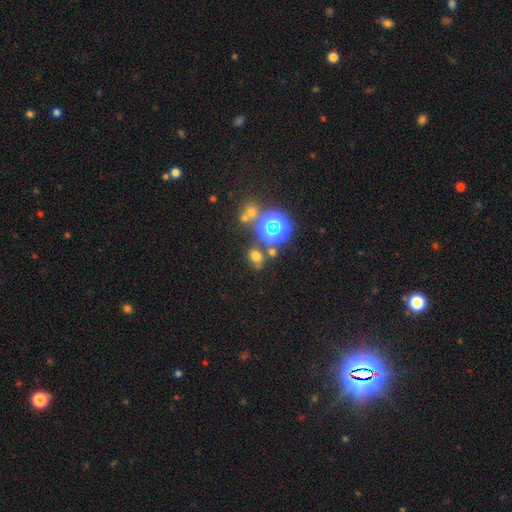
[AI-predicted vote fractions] smooth_or_featured: smooth (p=0.59) [alt: star or artifact p=0.32]
how_rounded: in between (p=0.54) [alt: round p=0.45]
merging: none (p=0.67) [alt: minor disturbance p=0.14]